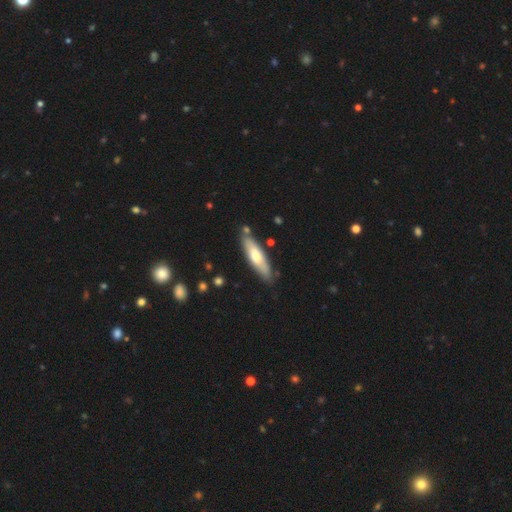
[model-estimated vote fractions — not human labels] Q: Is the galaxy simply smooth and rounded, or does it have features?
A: smooth — 56%.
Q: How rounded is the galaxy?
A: cigar-shaped — 69%.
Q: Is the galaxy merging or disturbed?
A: none — 81%.